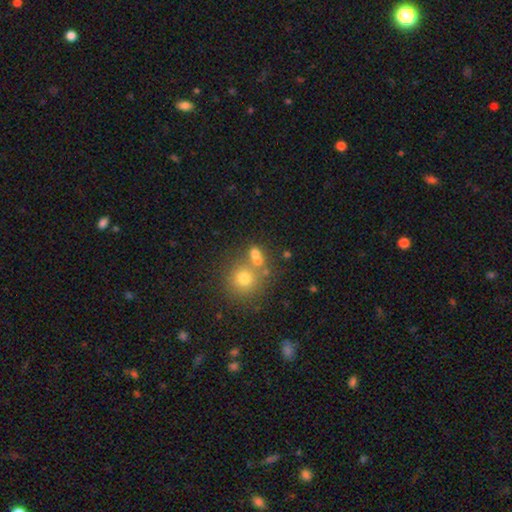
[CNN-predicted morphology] The model was most divided on "merging": none: 45%, merger: 40%, minor disturbance: 10%, major disturbance: 5%. More confident: smooth or featured — smooth (69%); how rounded — round (61%).